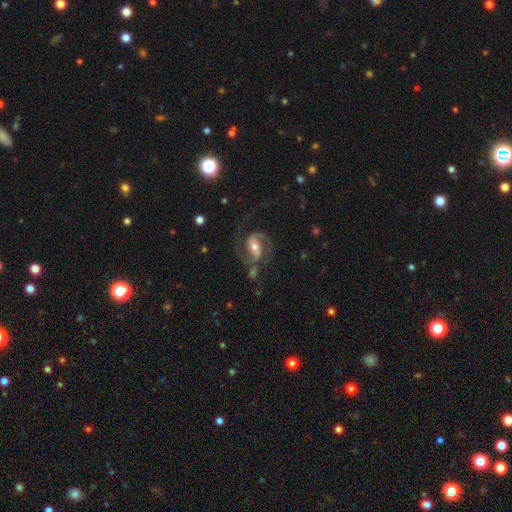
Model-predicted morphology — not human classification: This appears to be a featured or disk galaxy (87%) with a weak bar (45%), 2 (86%) medium (58%) spiral arms (97%) and a moderate central bulge (58%). Merging: none (65%).